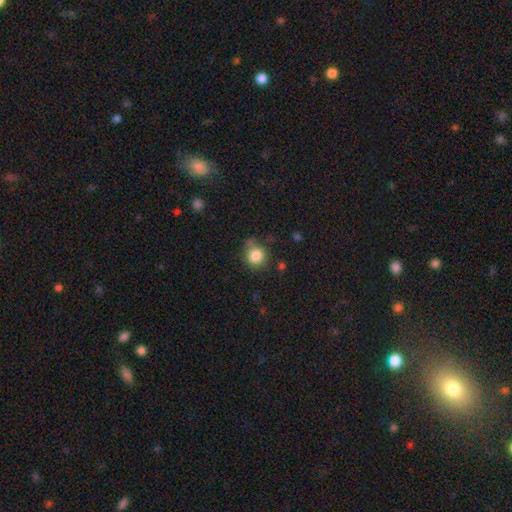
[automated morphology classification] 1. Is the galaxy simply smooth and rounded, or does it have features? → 84% smooth, 10% star or artifact, 6% featured or disk.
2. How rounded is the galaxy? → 86% round, 14% in between, 1% cigar-shaped.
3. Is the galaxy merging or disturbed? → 66% none, 22% minor disturbance, 6% major disturbance, 6% merger.